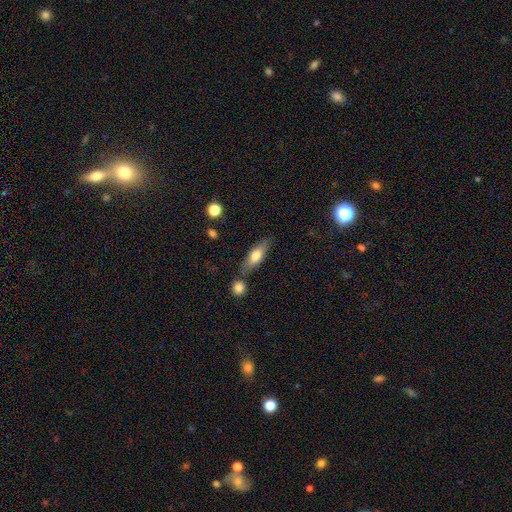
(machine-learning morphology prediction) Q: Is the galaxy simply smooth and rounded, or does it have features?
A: smooth — 66%.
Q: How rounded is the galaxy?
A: in between — 56%.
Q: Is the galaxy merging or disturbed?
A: none — 72%.